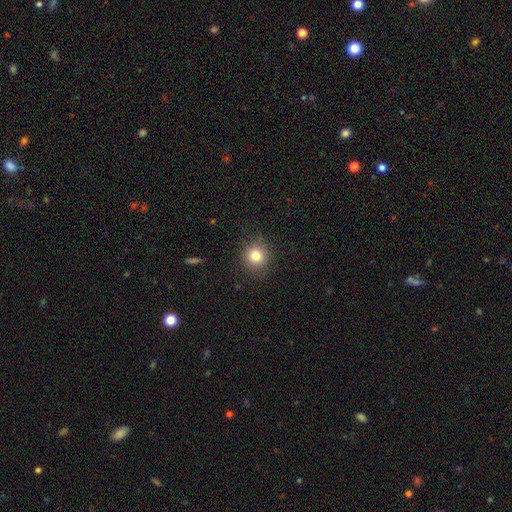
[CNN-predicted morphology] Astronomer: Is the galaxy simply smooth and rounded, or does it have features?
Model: smooth — 81%.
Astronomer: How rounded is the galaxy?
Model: round — 89%.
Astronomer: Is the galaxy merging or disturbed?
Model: none — 87%.